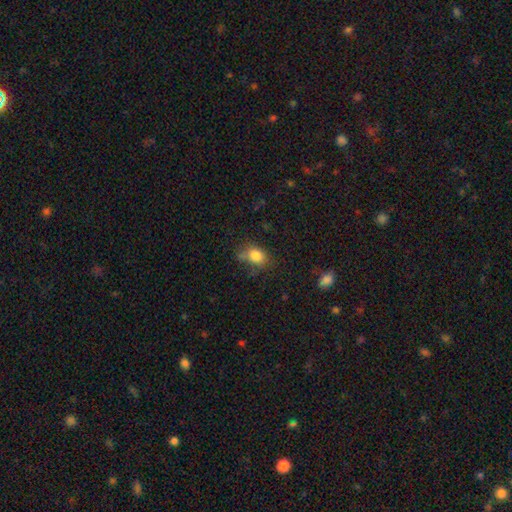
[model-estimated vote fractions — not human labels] Smooth or featured? Predicted: smooth (p=0.81). How rounded? Predicted: in between (p=0.61). Merging? Predicted: none (p=0.55).